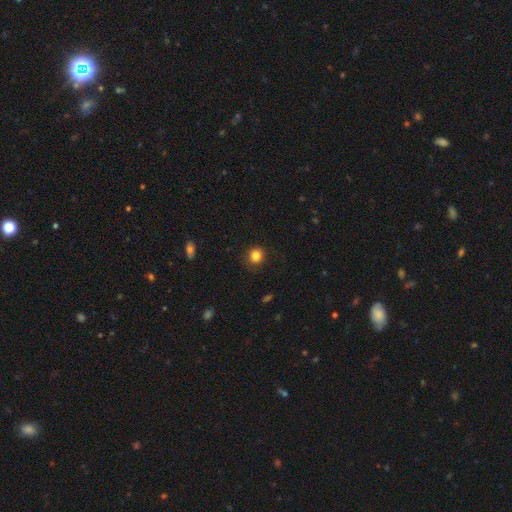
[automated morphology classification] smooth_or_featured: smooth (p=0.83) [alt: star or artifact p=0.12]
how_rounded: round (p=0.90) [alt: in between p=0.09]
merging: none (p=0.84) [alt: minor disturbance p=0.11]